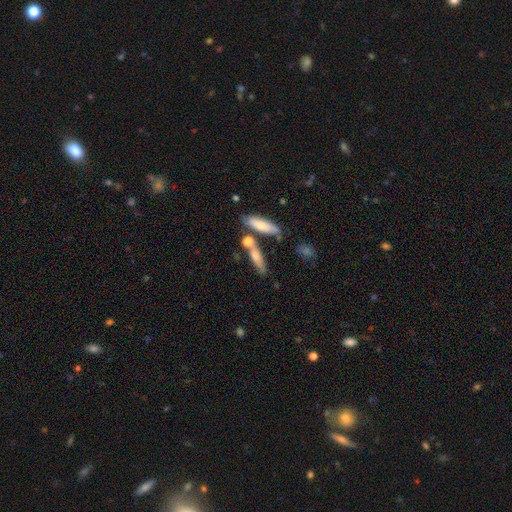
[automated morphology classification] Smooth or featured? Predicted: smooth (p=0.63). How rounded? Predicted: cigar-shaped (p=0.69). Merging? Predicted: none (p=0.61).